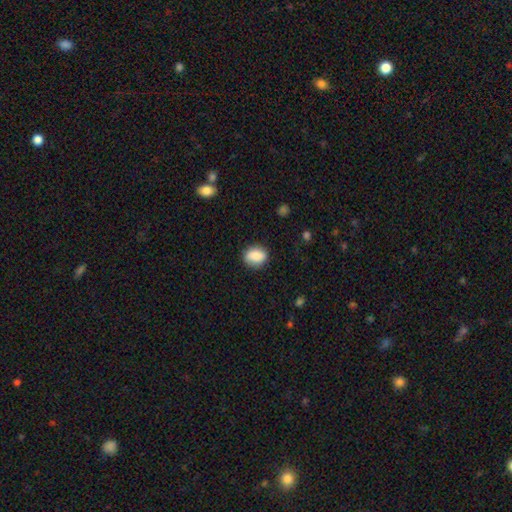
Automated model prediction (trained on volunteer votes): A smooth galaxy with no disk features (86%) that is in between round and cigar-shaped (57%).

Vote fractions:
- Smooth or featured? smooth: 86% / star or artifact: 8% / featured or disk: 7%
- How rounded? in between: 57% / round: 41% / cigar-shaped: 2%
- Merging? none: 83% / minor disturbance: 13% / major disturbance: 3% / merger: 1%